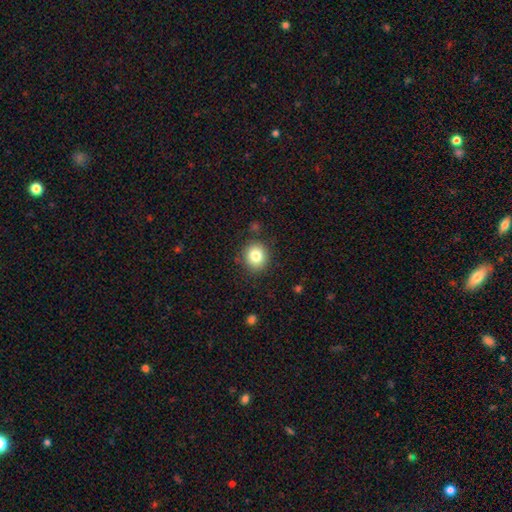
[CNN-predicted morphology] Overall: smooth (81%). How rounded: round (83%). Merging: none (87%).